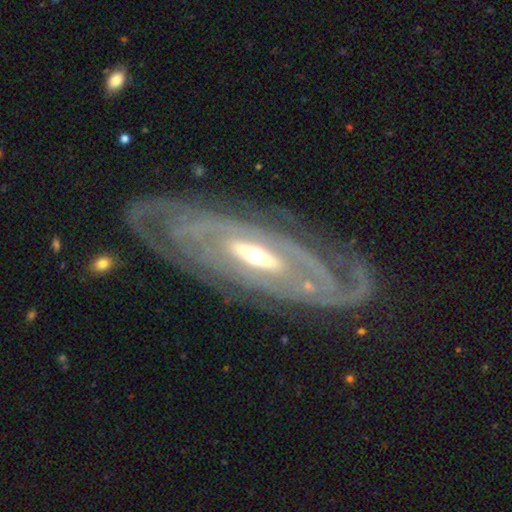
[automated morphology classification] type=featured or disk (88%); edge-on=no (82%); bar=no (38%); spiral arms=yes (80%); winding=tight (65%); arm count=can't tell (42%); bulge=moderate (62%); merging=none (69%).